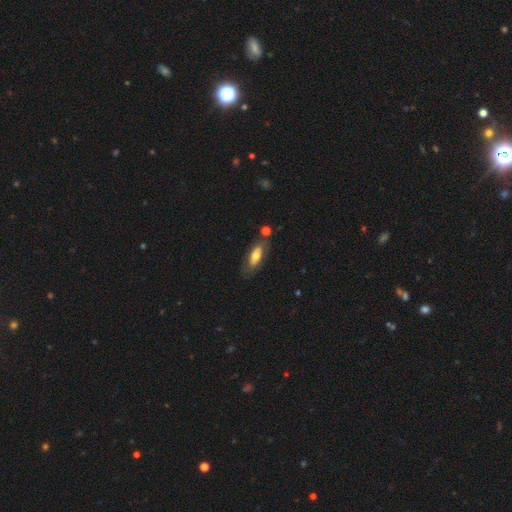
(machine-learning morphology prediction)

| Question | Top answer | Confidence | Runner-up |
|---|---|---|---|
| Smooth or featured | smooth | 56% | featured or disk (37%) |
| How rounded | in between | 74% | cigar-shaped (23%) |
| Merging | none | 70% | minor disturbance (18%) |